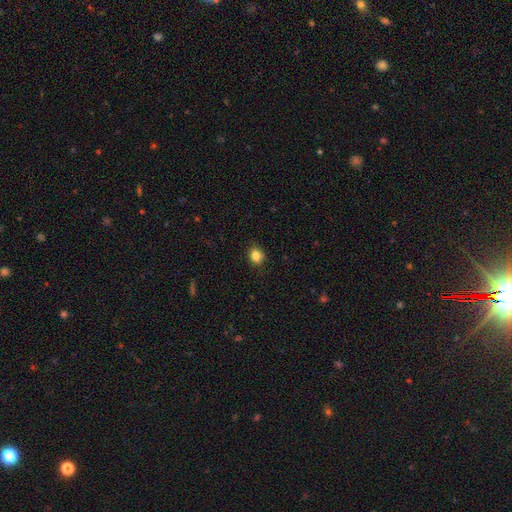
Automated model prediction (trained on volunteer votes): This is clearly a smooth galaxy (84%). How rounded: likely round (62%). Merging: clearly none (85%).